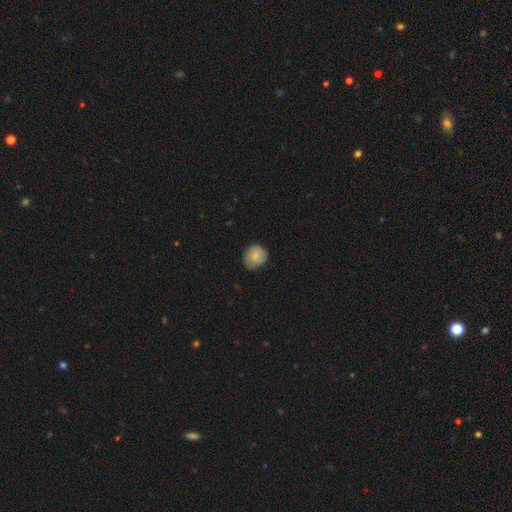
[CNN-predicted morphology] This appears to be a smooth galaxy with no disk features (78%) that is round (76%). Merging: none (74%).